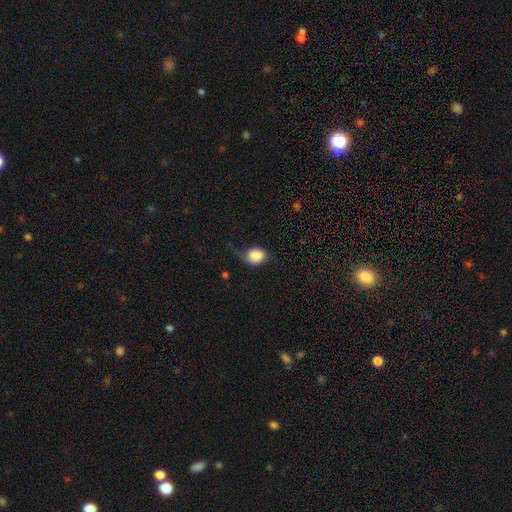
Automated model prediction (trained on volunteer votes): Morphology: type=smooth (81%); roundness=round (52%); merging=minor disturbance (37%).